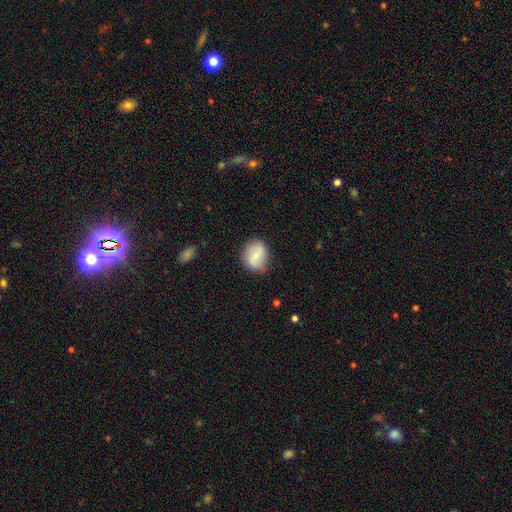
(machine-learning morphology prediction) smooth 67%, featured or disk 26%, star or artifact 7%. Down the decision tree: how rounded — round (57%); merging — none (77%).